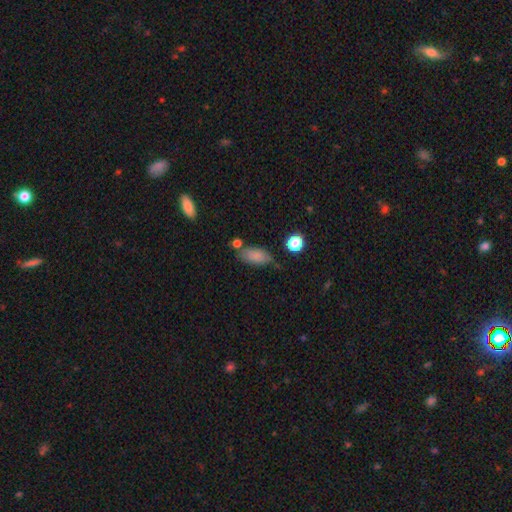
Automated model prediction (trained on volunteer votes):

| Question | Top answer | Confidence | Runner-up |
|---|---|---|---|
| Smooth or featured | smooth | 82% | star or artifact (9%) |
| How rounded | in between | 87% | cigar-shaped (8%) |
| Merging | none | 62% | minor disturbance (22%) |